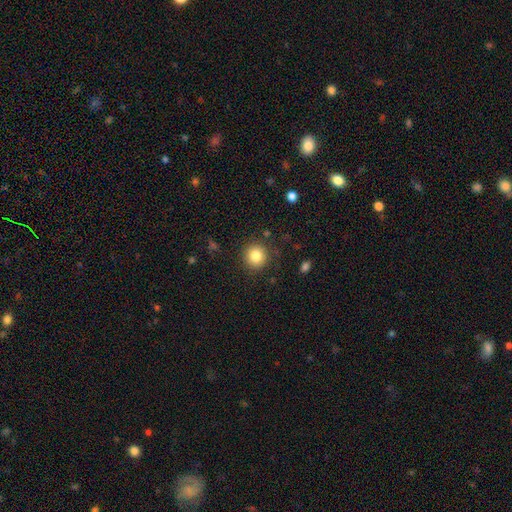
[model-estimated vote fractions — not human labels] Smooth or featured? Predicted: smooth (p=0.83). How rounded? Predicted: round (p=0.92). Merging? Predicted: none (p=0.88).